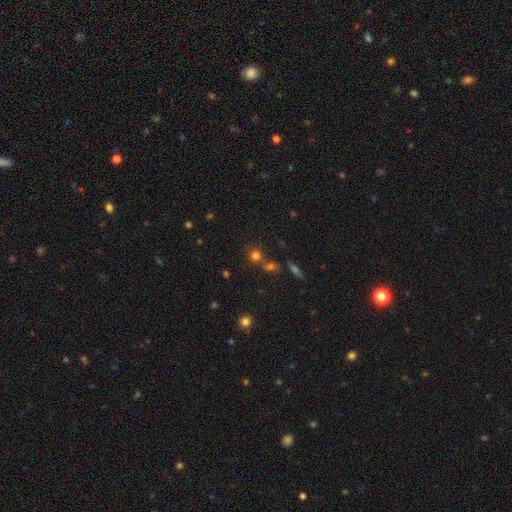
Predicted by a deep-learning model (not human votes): A smooth galaxy with no disk features (72%) that is round (87%).

Vote fractions:
- Smooth or featured? smooth: 72% / star or artifact: 19% / featured or disk: 8%
- How rounded? round: 87% / in between: 11% / cigar-shaped: 2%
- Merging? none: 61% / merger: 27% / minor disturbance: 8% / major disturbance: 4%